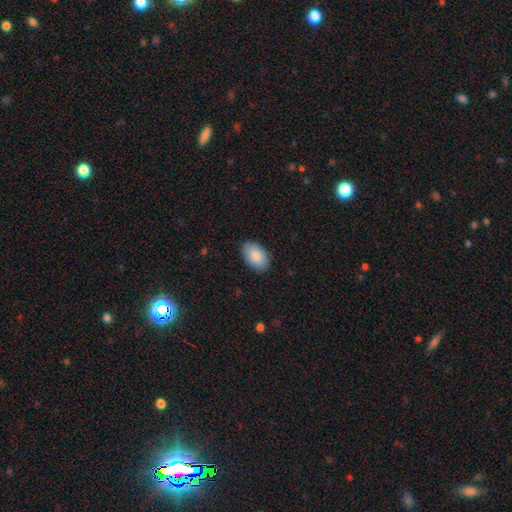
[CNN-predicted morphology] This appears to be a smooth galaxy with no disk features (87%) that is in between round and cigar-shaped (93%). Merging: none (87%).